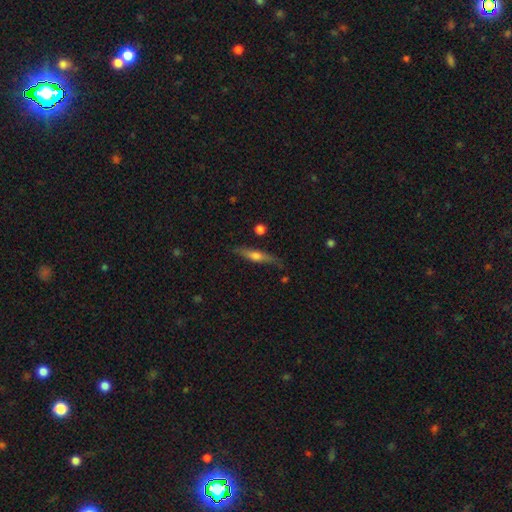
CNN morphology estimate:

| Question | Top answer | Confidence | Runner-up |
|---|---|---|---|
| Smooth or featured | featured or disk | 50% | smooth (43%) |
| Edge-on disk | yes | 92% | no (8%) |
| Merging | none | 78% | minor disturbance (16%) |